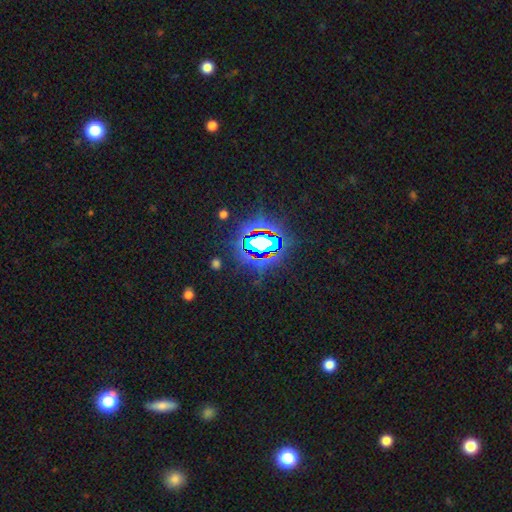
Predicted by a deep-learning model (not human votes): A star or artifact, not a galaxy (82%).